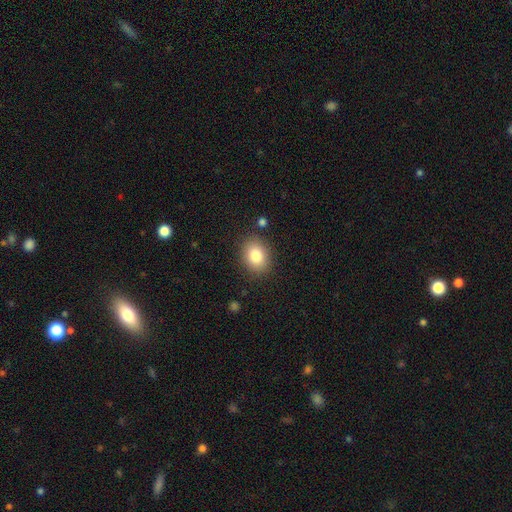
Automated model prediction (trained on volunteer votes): A smooth galaxy with no disk features (83%) that is in between round and cigar-shaped (58%). Merging: none (85%).